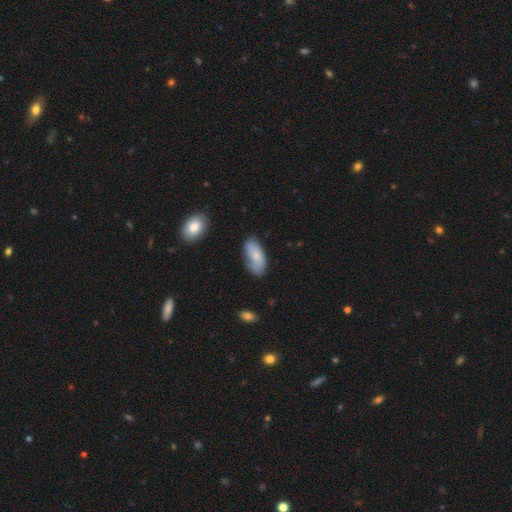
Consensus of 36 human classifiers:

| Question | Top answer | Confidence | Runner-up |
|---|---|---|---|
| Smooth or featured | smooth | 75% | featured or disk (19%) |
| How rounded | in between | 93% | round (7%) |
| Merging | none | 76% | minor disturbance (21%) |